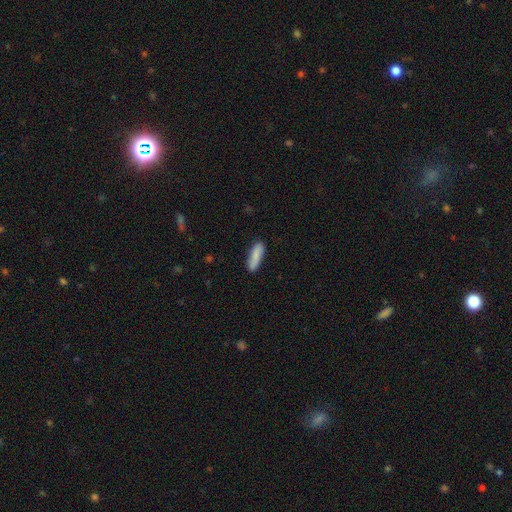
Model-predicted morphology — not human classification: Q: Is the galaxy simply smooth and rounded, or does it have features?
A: smooth — 85%.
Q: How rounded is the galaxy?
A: cigar-shaped — 57%.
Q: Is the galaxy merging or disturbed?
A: none — 83%.